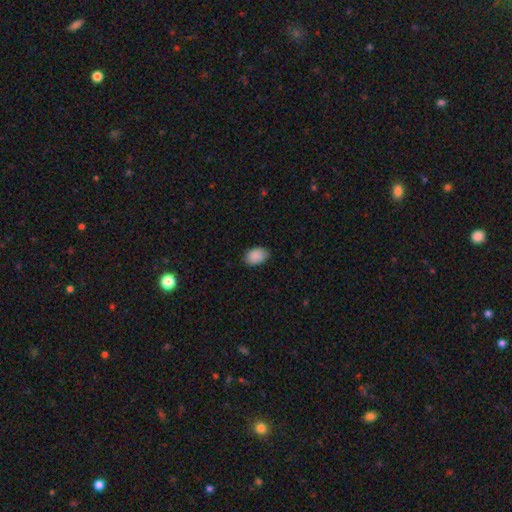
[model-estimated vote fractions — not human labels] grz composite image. It shows a smooth galaxy with no disk features (89%) that is in between round and cigar-shaped (84%). Merging: none (81%).